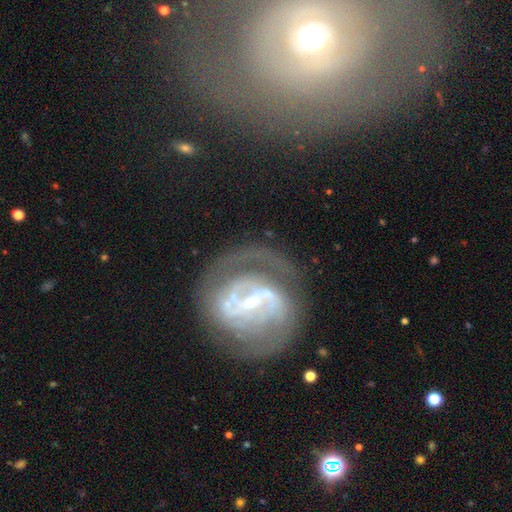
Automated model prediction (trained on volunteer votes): The model was most divided on "bar": weak: 37%, strong: 34%, no: 29%. Remaining: edge-on disk — no (96%); spiral arms — yes (84%); smooth or featured — featured or disk (81%); bulge size — small (60%); spiral winding — tight (56%); merging — none (51%); spiral arm count — 2 (48%).